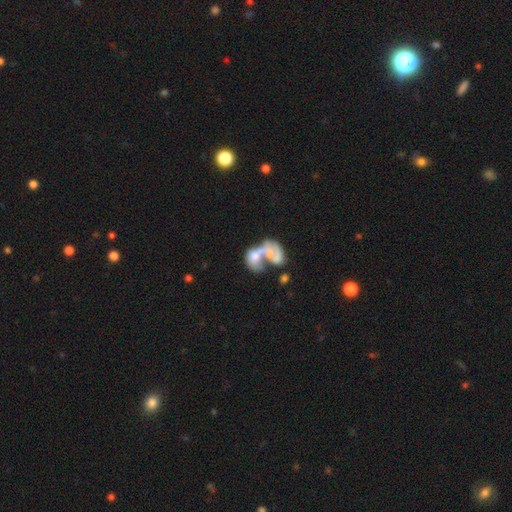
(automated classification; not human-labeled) Overall: featured or disk (51%; smooth 40%). Edge-on disk: no (97%). Merging: merger (70%).